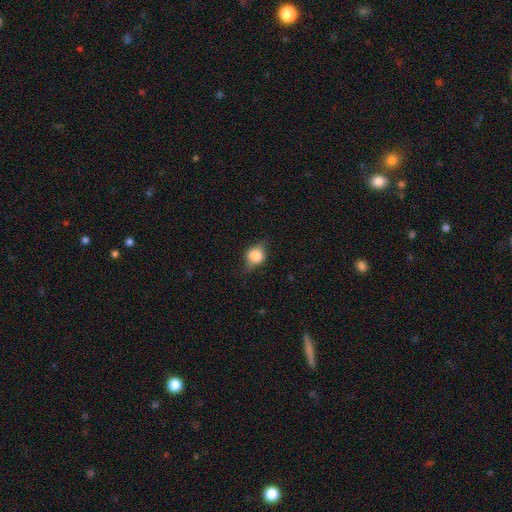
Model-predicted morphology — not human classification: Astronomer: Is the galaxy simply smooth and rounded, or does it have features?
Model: smooth — 64%.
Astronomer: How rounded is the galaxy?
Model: round — 56% (runner-up: in between, 42%).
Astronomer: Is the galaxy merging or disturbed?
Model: none — 66%.